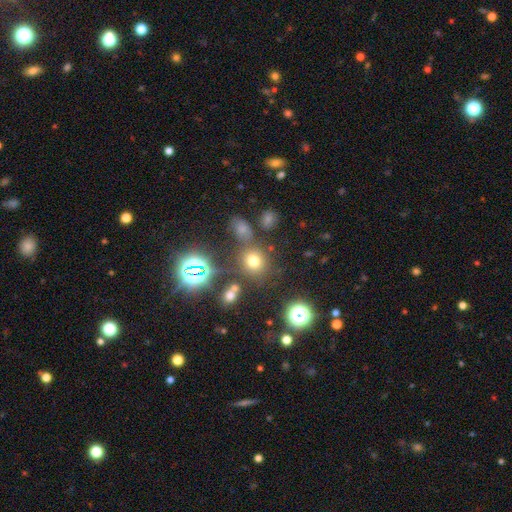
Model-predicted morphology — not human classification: Overall: star or artifact (55%; smooth 36%).